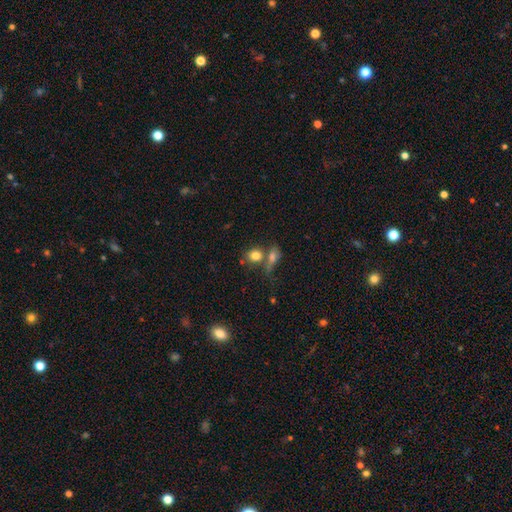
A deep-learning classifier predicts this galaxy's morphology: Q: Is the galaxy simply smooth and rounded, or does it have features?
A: smooth — 80%.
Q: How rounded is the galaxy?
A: round — 57%.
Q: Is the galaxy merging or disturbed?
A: none — 43%.